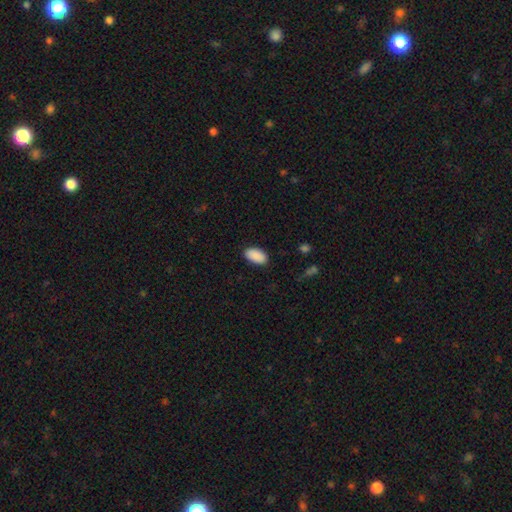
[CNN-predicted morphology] Smooth or featured?
  - smooth: 91% *
  - star or artifact: 6%
  - featured or disk: 3%
How rounded?
  - in between: 95% *
  - round: 3%
  - cigar-shaped: 2%
Merging?
  - none: 88% *
  - minor disturbance: 8%
  - major disturbance: 2%
  - merger: 1%